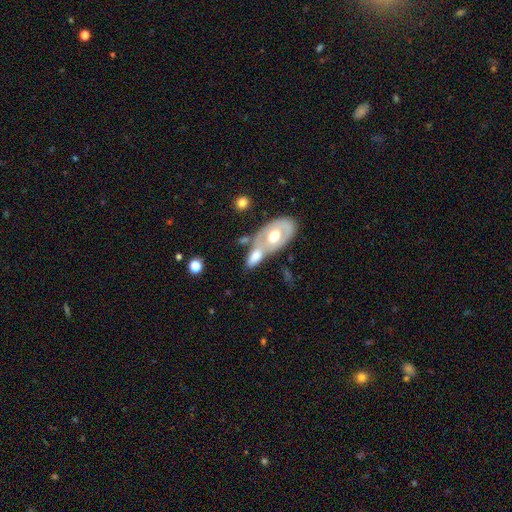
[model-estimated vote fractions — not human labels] smooth_or_featured: smooth (p=0.51) [alt: featured or disk p=0.43]
how_rounded: in between (p=0.89) [alt: round p=0.06]
merging: merger (p=0.51) [alt: none p=0.30]